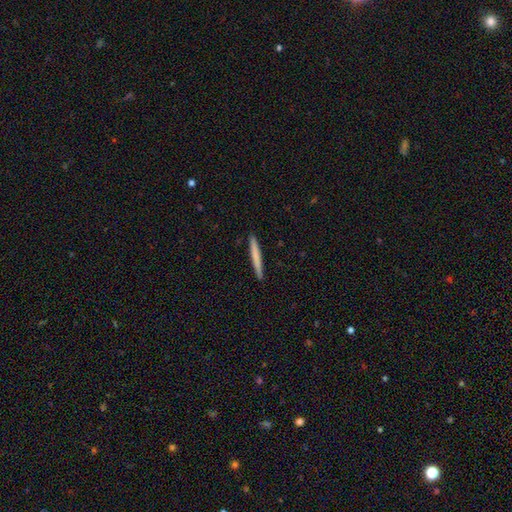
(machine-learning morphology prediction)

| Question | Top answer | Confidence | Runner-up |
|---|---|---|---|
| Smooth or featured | smooth | 70% | featured or disk (24%) |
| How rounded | cigar-shaped | 97% | in between (2%) |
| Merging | none | 93% | minor disturbance (5%) |